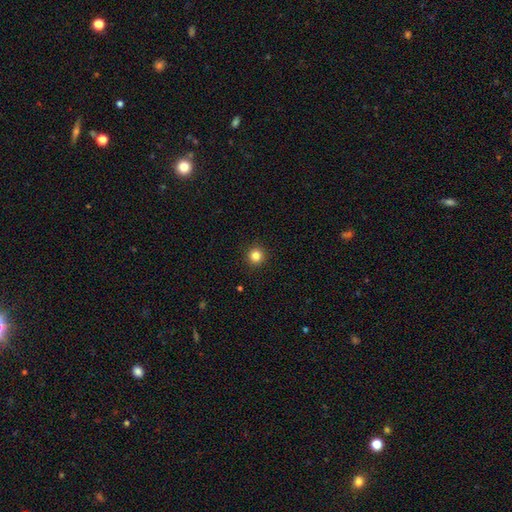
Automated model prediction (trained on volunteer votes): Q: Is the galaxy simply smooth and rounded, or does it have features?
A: smooth — 84%.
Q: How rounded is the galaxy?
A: round — 95%.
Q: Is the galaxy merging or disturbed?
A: none — 93%.